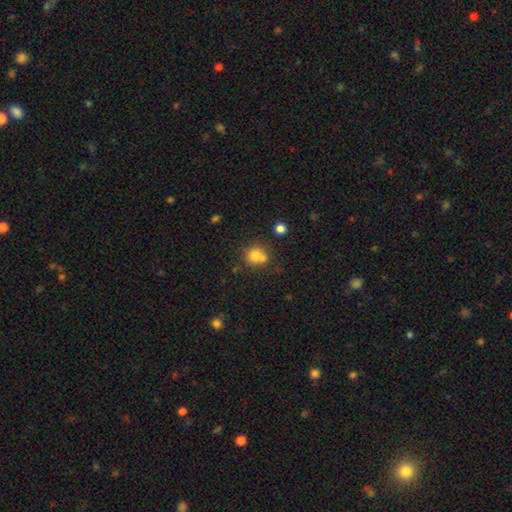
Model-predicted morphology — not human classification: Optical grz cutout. It shows a smooth galaxy with no disk features (76%) that is round (83%). Merging: none (51%).